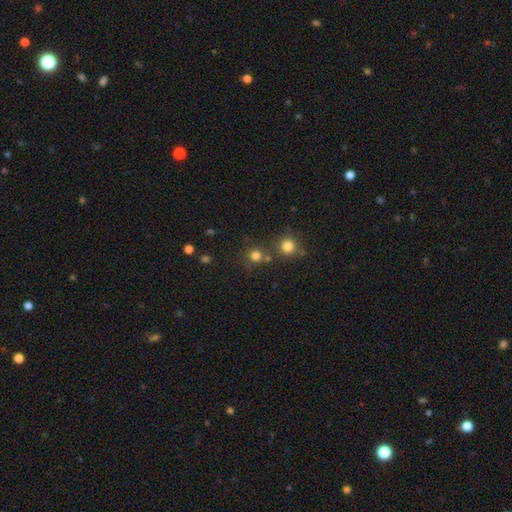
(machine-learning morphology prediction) Q: Smooth or featured?
A: smooth (76%); runner-up: star or artifact (17%)
Q: How rounded?
A: round (90%); runner-up: in between (9%)
Q: Merging?
A: none (70%); runner-up: merger (18%)